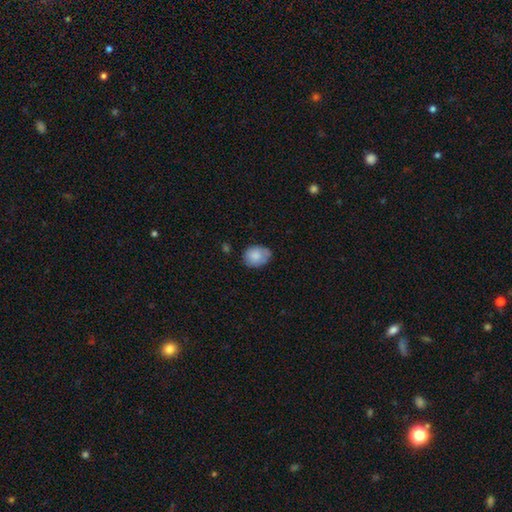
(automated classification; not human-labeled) Smooth or featured?
  - smooth: 80% *
  - featured or disk: 13%
  - star or artifact: 7%
How rounded?
  - in between: 59% *
  - round: 40%
  - cigar-shaped: 1%
Merging?
  - none: 64% *
  - minor disturbance: 28%
  - major disturbance: 5%
  - merger: 2%